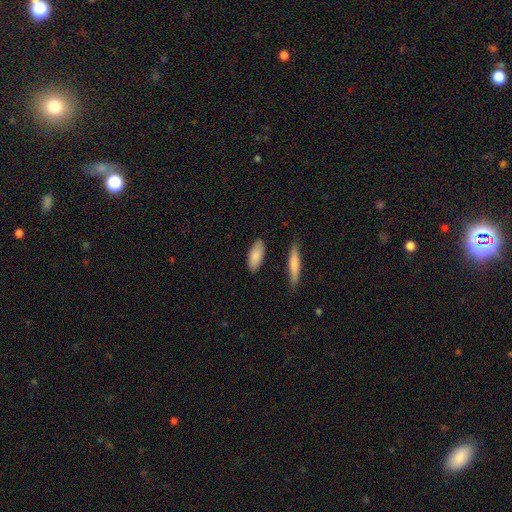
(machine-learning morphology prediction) smooth_or_featured: smooth (p=0.86) [alt: featured or disk p=0.09]
how_rounded: in between (p=0.81) [alt: cigar-shaped p=0.17]
merging: none (p=0.83) [alt: minor disturbance p=0.11]